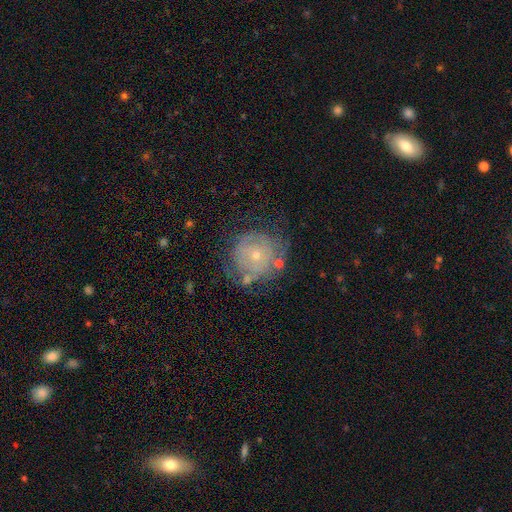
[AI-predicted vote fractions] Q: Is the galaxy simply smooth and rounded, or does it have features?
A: featured or disk — 58%.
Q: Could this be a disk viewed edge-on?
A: no — 97%.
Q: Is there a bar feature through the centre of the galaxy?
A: no — 86%.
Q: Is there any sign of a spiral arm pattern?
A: yes — 61%.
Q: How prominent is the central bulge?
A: small — 69%.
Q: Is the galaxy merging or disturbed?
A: none — 59%.